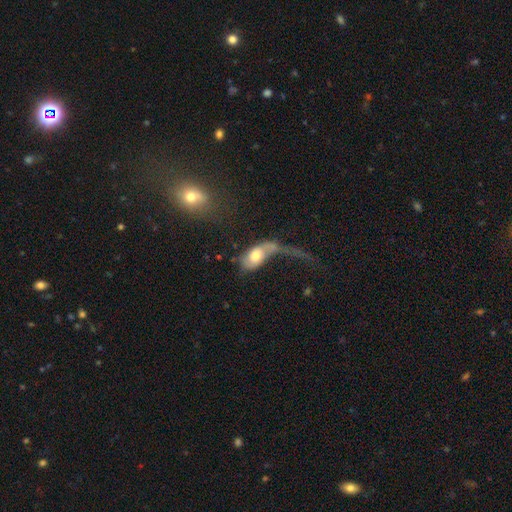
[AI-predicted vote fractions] smooth 58%, featured or disk 35%, star or artifact 7%. Down the decision tree: how rounded — in between (87%); merging — major disturbance (52%).